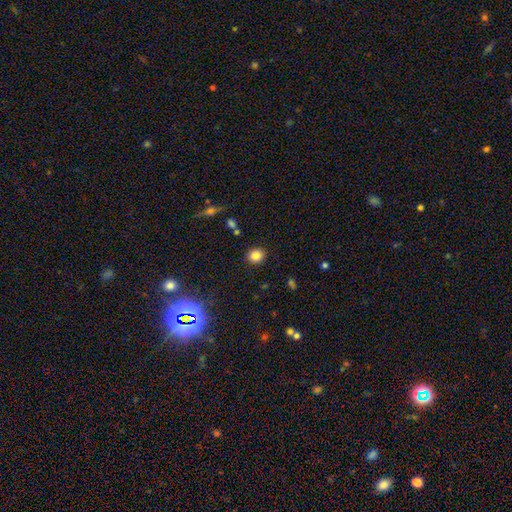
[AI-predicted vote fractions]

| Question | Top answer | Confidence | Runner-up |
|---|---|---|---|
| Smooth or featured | smooth | 83% | star or artifact (12%) |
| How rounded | round | 76% | in between (23%) |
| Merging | none | 89% | minor disturbance (7%) |